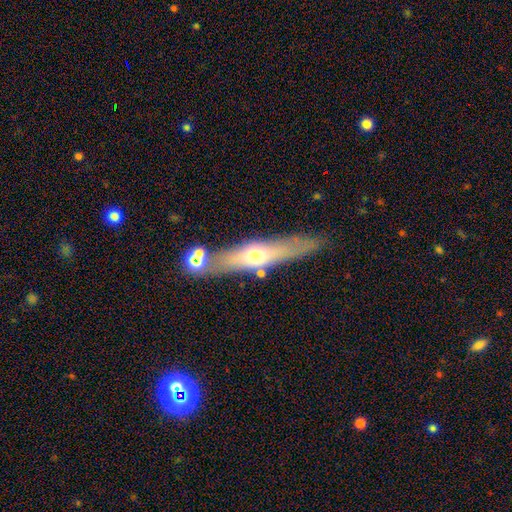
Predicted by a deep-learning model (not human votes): Smooth or featured?
  - featured or disk: 52% *
  - smooth: 41%
  - star or artifact: 7%
Edge-on disk?
  - yes: 79% *
  - no: 21%
Merging?
  - none: 77% *
  - minor disturbance: 12%
  - merger: 8%
  - major disturbance: 3%